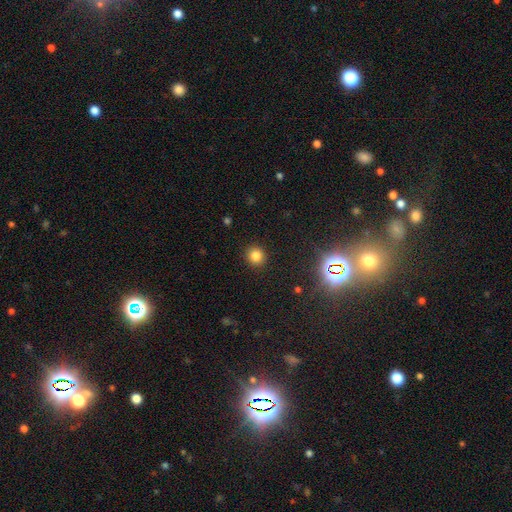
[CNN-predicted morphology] This is clearly a smooth galaxy (80%). How rounded: clearly round (88%). Merging: clearly none (91%).